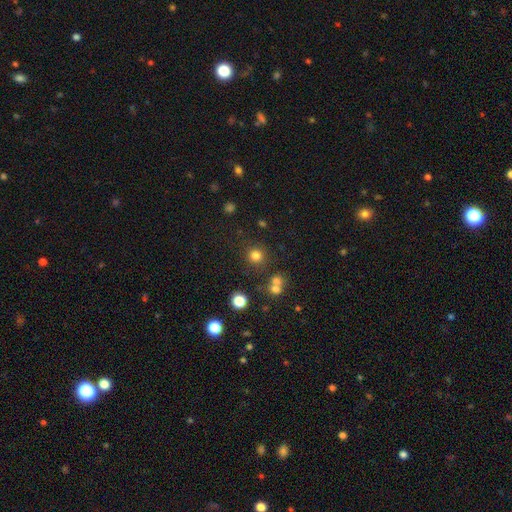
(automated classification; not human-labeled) smooth-or-featured: smooth: 77% | star or artifact: 17% | featured or disk: 6%
  how-rounded: round: 93% | in between: 6% | cigar-shaped: 1%
  merging: none: 81% | merger: 8% | minor disturbance: 8% | major disturbance: 3%